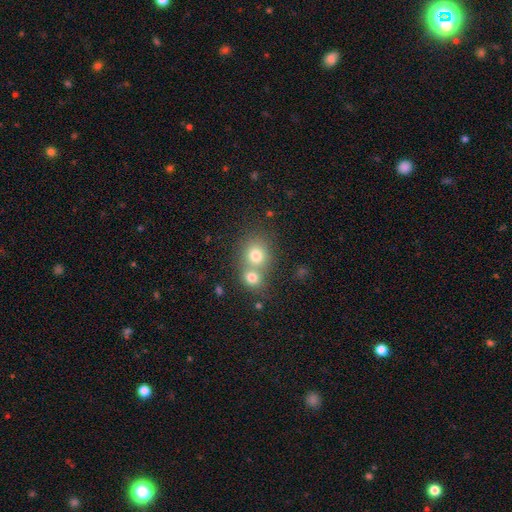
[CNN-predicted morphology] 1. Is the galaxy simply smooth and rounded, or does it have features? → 75% smooth, 12% star or artifact, 12% featured or disk.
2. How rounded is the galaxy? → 78% round, 21% in between, 1% cigar-shaped.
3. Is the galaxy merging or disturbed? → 54% merger, 37% none, 6% minor disturbance, 3% major disturbance.